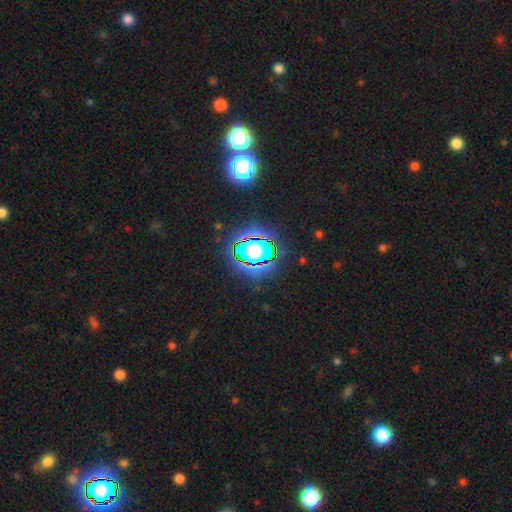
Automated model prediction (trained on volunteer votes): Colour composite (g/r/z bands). It shows a star or artifact, not a galaxy (74%).